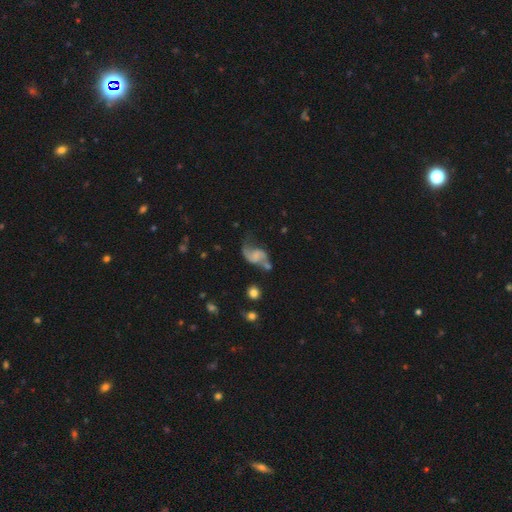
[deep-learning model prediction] Q: Smooth or featured?
A: featured or disk (74%); runner-up: smooth (18%)
Q: Edge-on disk?
A: no (97%); runner-up: yes (3%)
Q: Bar?
A: no (52%); runner-up: weak (36%)
Q: Spiral arms?
A: yes (90%); runner-up: no (10%)
Q: Spiral winding?
A: loose (74%); runner-up: medium (21%)
Q: Spiral arm count?
A: 2 (85%); runner-up: 1 (9%)
Q: Bulge size?
A: none (55%); runner-up: small (26%)
Q: Merging?
A: none (42%); runner-up: minor disturbance (23%)